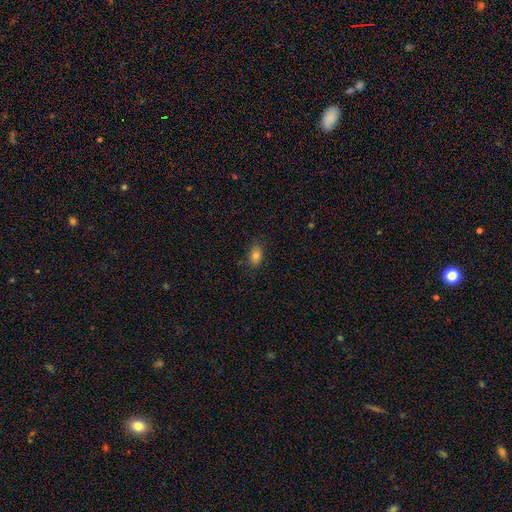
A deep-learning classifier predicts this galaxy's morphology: This is clearly a smooth galaxy (83%). How rounded: clearly in between (80%). Merging: clearly none (82%).